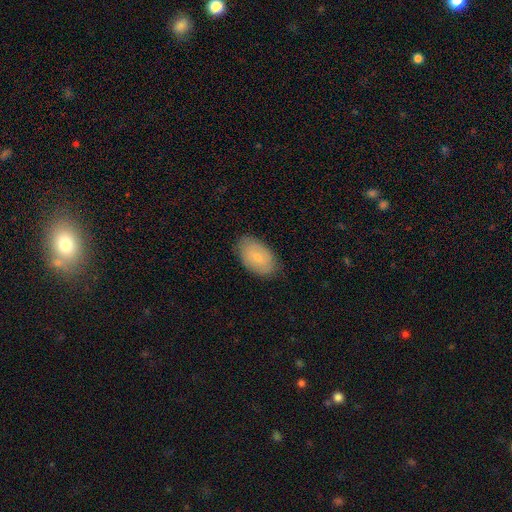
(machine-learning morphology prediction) Smooth or featured: smooth — 69% (featured or disk — 24%)
How rounded: in between — 91% (round — 8%)
Merging: none — 81% (minor disturbance — 15%)